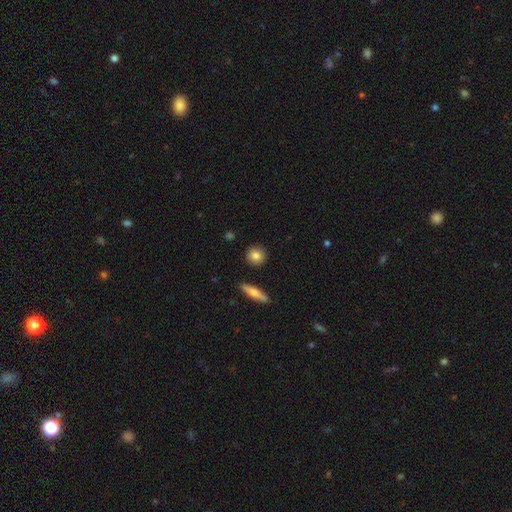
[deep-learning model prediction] A smooth galaxy with no disk features (82%) that is round (86%). Merging: none (90%).